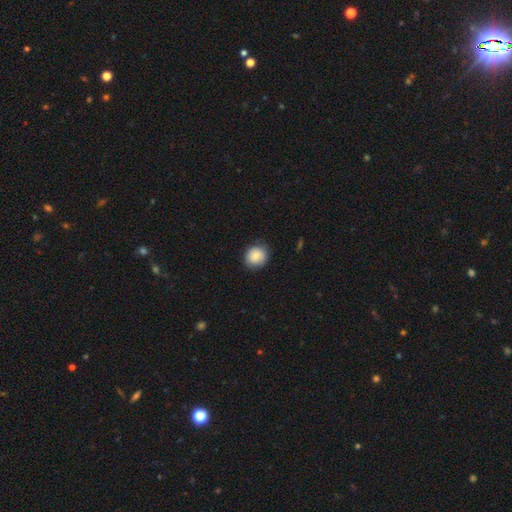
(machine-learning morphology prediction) smooth_or_featured: smooth (p=0.86) [alt: star or artifact p=0.08]
how_rounded: round (p=0.85) [alt: in between p=0.14]
merging: none (p=0.85) [alt: minor disturbance p=0.12]